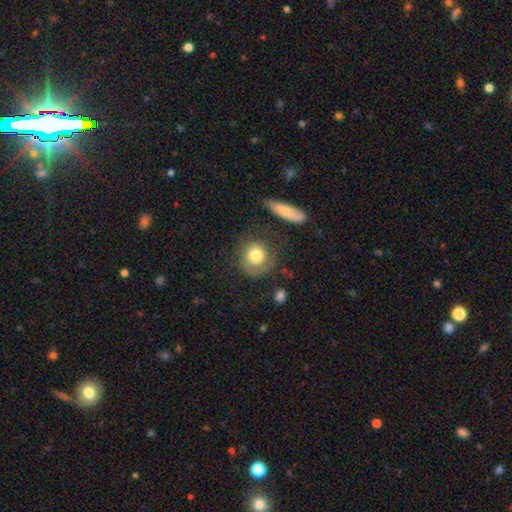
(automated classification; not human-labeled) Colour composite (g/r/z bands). It shows a smooth galaxy with no disk features (68%) that is round (85%). Merging: none (62%).